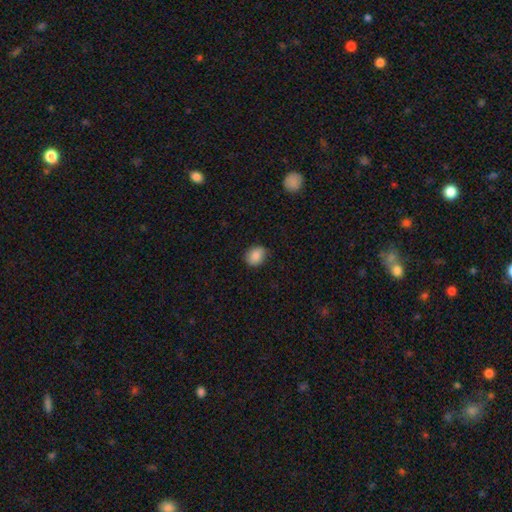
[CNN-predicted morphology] type=smooth (83%); roundness=round (61%); merging=none (81%).